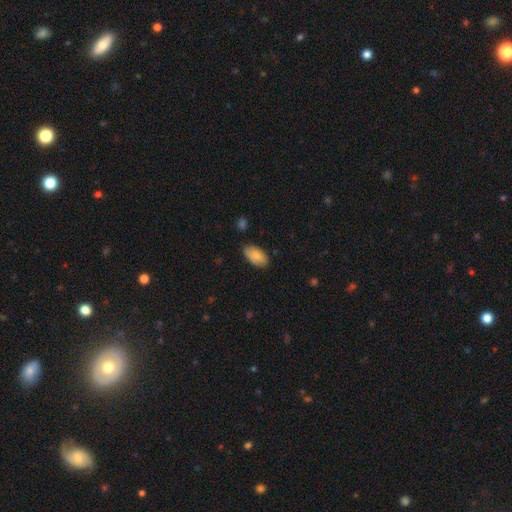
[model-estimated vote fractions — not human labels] Smooth or featured? Predicted: smooth (p=0.82). How rounded? Predicted: in between (p=0.94). Merging? Predicted: none (p=0.77).